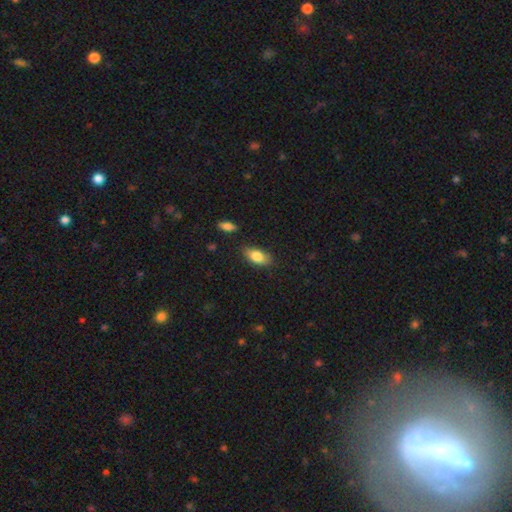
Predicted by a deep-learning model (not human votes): Smooth or featured: smooth — 82% (featured or disk — 11%)
How rounded: in between — 89% (cigar-shaped — 6%)
Merging: none — 80% (minor disturbance — 15%)